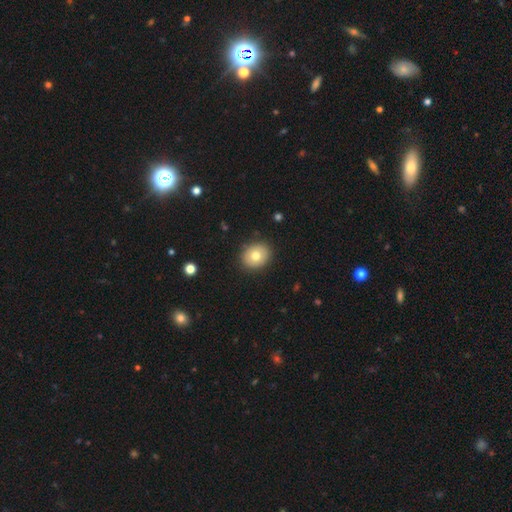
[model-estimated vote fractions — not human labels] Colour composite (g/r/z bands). It shows a smooth galaxy with no disk features (75%) that is round (64%). Merging: none (89%).